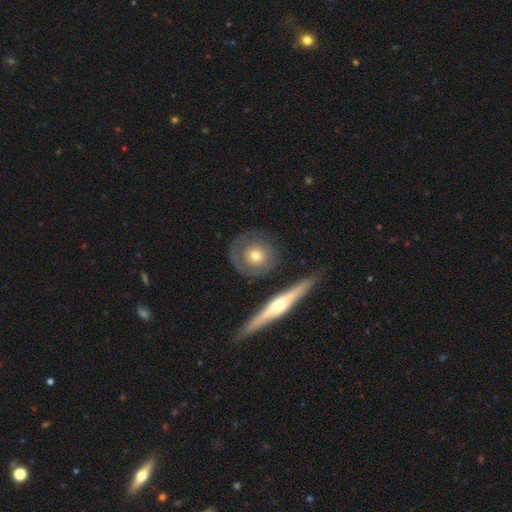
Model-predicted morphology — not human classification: Smooth or featured? featured or disk (54%)
Edge-on disk? no (81%)
Merging? none (72%)